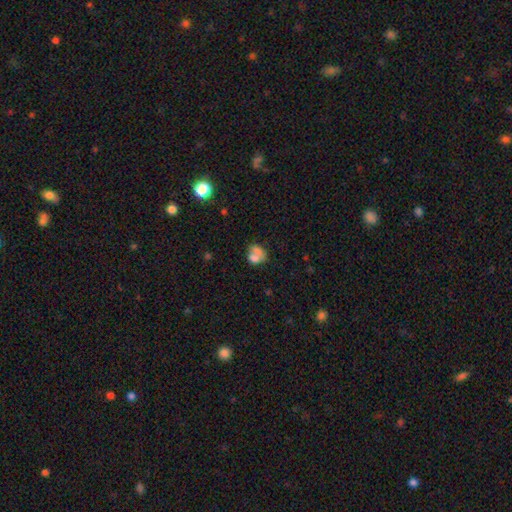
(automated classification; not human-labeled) Q: Smooth or featured?
A: smooth (66%); runner-up: featured or disk (22%)
Q: How rounded?
A: round (49%); tied with: in between (49%)
Q: Merging?
A: merger (35%); runner-up: none (31%)